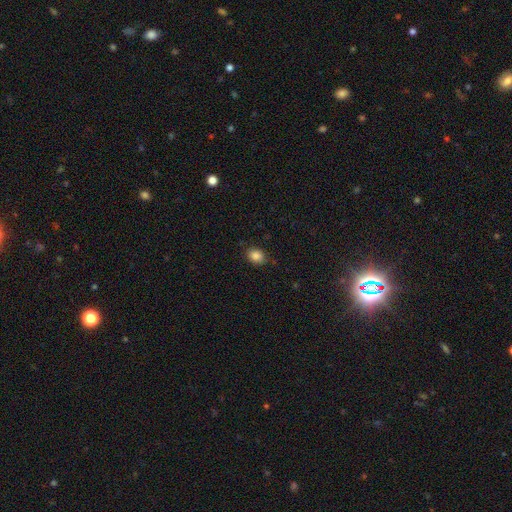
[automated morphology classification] Smooth or featured: smooth — 86% (star or artifact — 10%)
How rounded: in between — 56% (round — 43%)
Merging: none — 83% (minor disturbance — 13%)